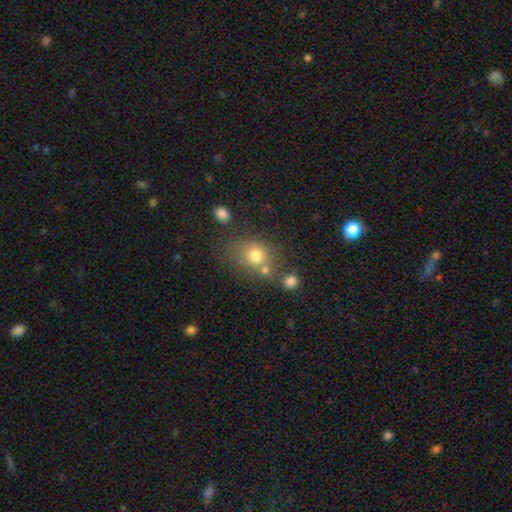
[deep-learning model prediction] Overall: smooth (72%). How rounded: round (61%; in between 37%). Merging: none (53%; merger 27%).